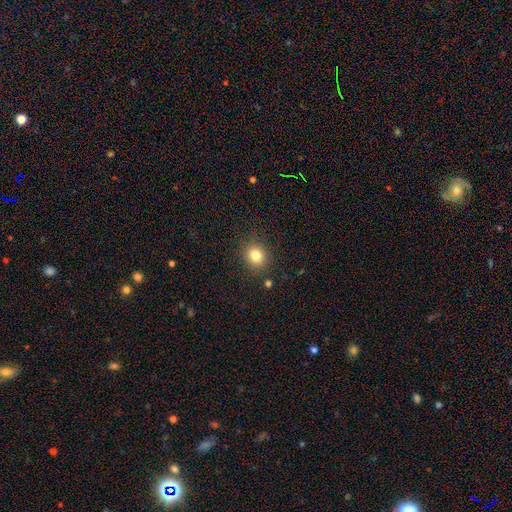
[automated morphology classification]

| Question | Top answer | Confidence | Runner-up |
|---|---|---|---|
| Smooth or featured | smooth | 82% | star or artifact (12%) |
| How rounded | round | 77% | in between (22%) |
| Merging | none | 86% | minor disturbance (9%) |